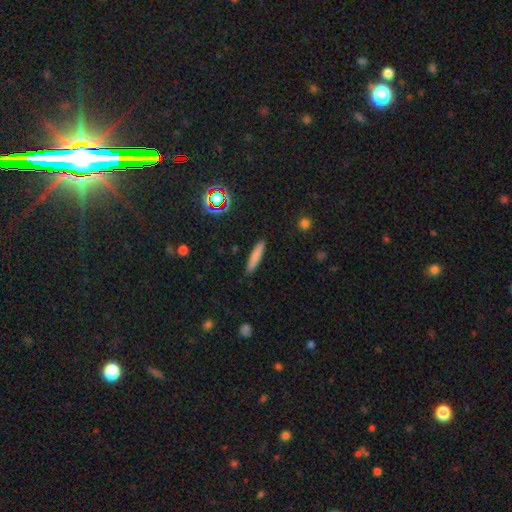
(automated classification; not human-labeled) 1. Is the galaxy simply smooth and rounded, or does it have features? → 77% smooth, 14% featured or disk, 9% star or artifact.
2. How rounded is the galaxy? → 90% cigar-shaped, 8% in between, 2% round.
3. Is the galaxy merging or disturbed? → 88% none, 9% minor disturbance, 2% major disturbance, 1% merger.